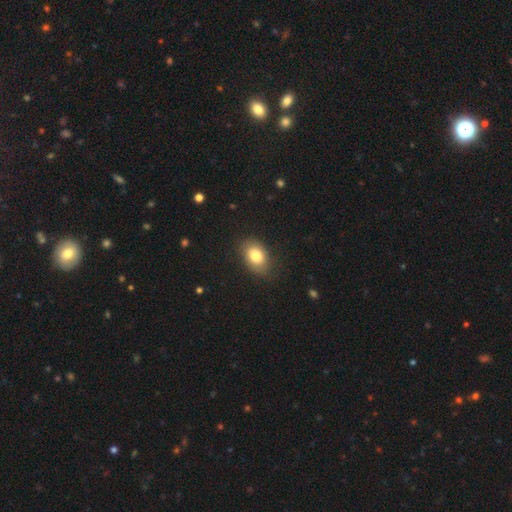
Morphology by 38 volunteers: smooth-or-featured: smooth: 89% | star or artifact: 8% | featured or disk: 3%
  how-rounded: in between: 85% | round: 15% | cigar-shaped: 0%
  merging: none: 94% | minor disturbance: 6% | major disturbance: 0% | merger: 0%